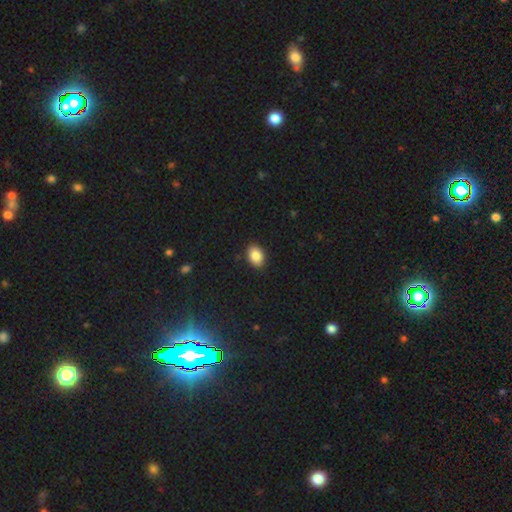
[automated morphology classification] A smooth galaxy with no disk features (87%) that is in between round and cigar-shaped (82%). Merging: none (90%).